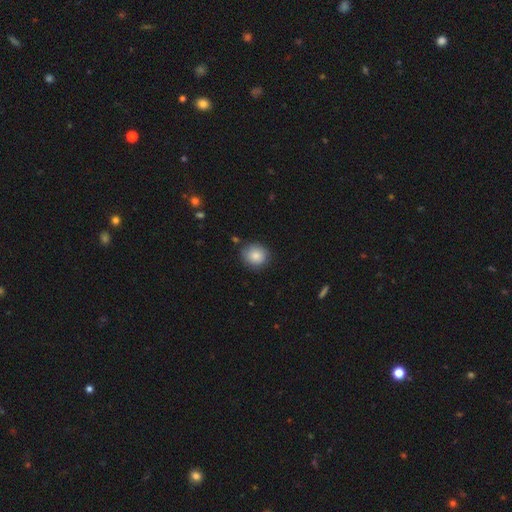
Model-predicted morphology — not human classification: Overall: smooth (86%). How rounded: round (83%). Merging: none (83%).